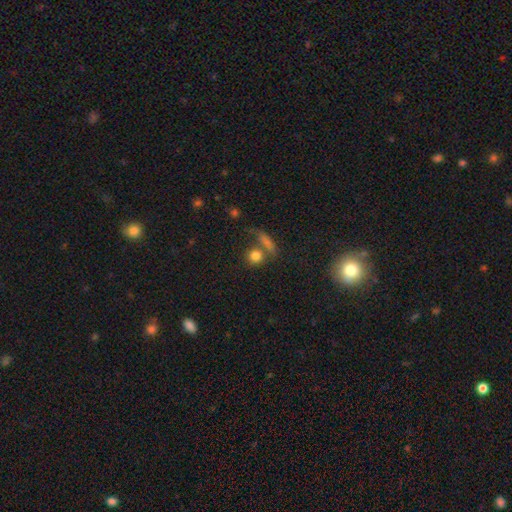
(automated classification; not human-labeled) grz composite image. It shows a smooth galaxy with no disk features (80%) that is round (82%). Merging: none (60%).